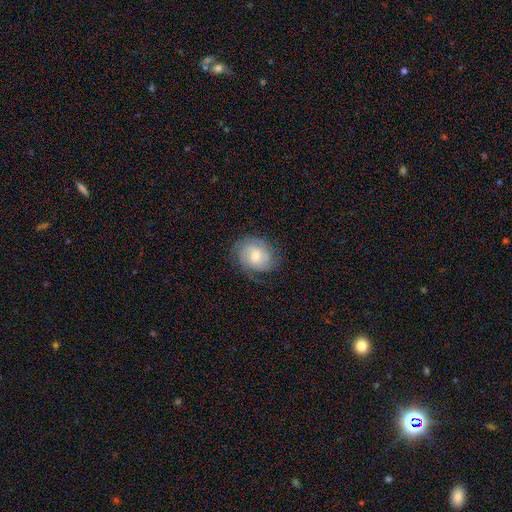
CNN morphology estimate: A featured or disk galaxy (53%) with no bar (59%), spiral arms (86%) and a moderate central bulge (51%). Merging: none (69%).